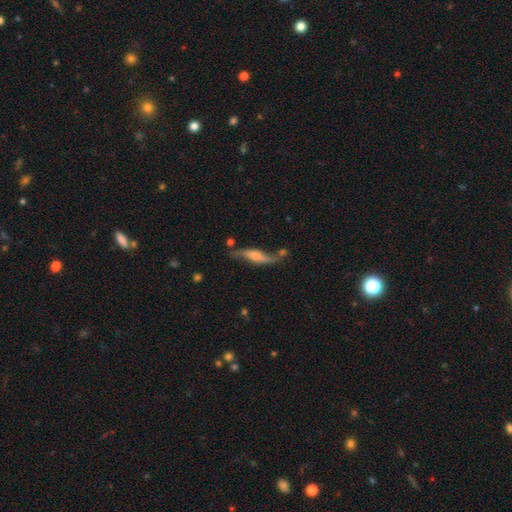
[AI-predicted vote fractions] This appears to be a featured or disk galaxy (65%). Merging: none (51%).